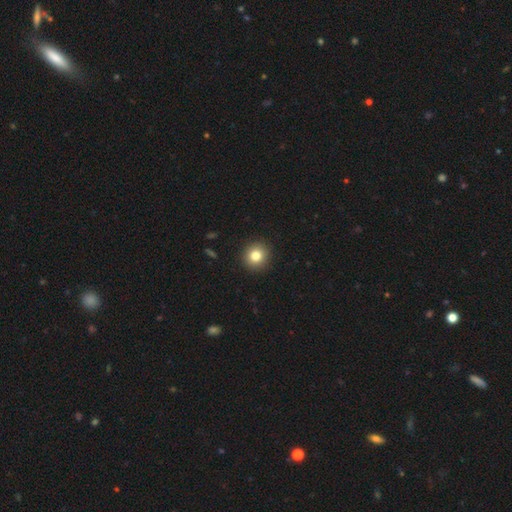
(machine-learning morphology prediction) A smooth galaxy with no disk features (82%) that is round (90%). Merging: none (92%).